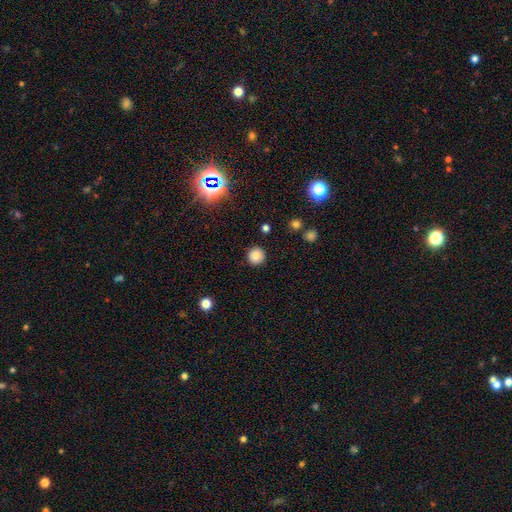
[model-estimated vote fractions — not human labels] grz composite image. It shows a smooth galaxy with no disk features (84%) that is round (93%). Merging: none (90%).